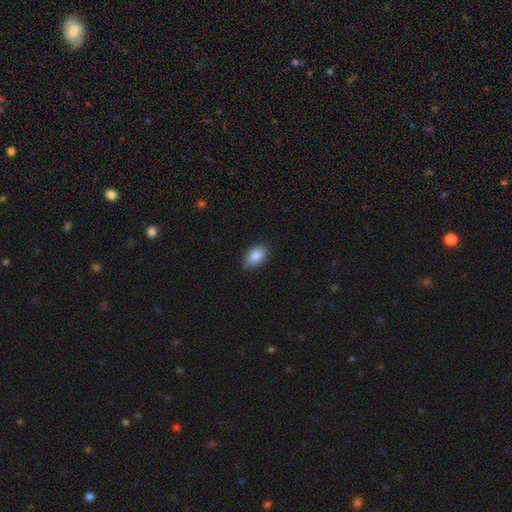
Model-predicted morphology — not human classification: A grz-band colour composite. It shows a smooth galaxy with no disk features (85%) that is in between round and cigar-shaped (89%). Merging: none (81%).